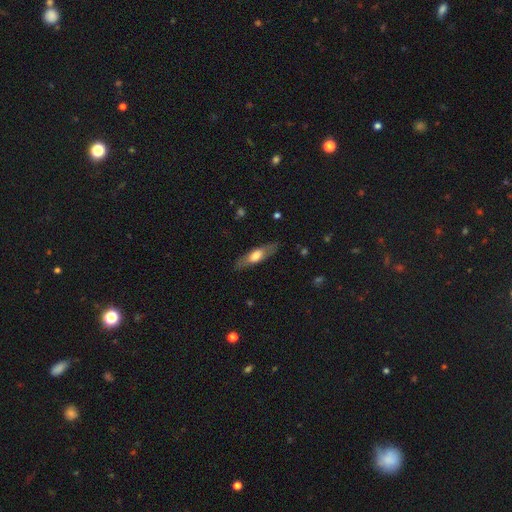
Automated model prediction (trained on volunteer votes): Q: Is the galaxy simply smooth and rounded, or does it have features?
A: smooth — 51%.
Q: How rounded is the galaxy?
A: cigar-shaped — 56%.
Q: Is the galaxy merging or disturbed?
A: none — 83%.